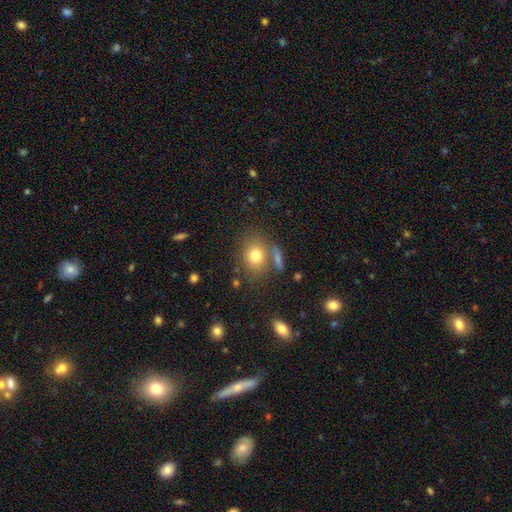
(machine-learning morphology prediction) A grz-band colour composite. It shows a smooth galaxy with no disk features (77%) that is round (50%). Merging: none (67%).